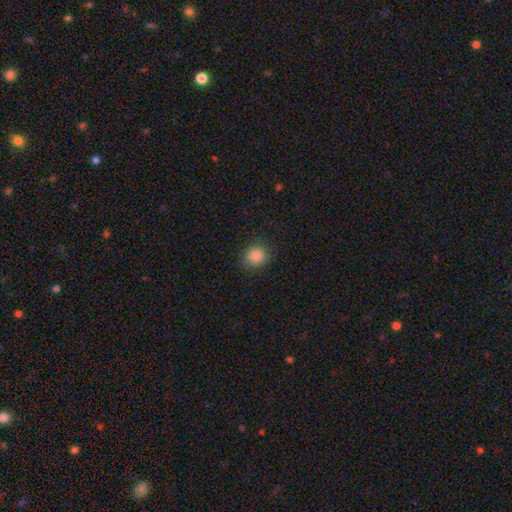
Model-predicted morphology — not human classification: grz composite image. It shows a smooth galaxy with no disk features (86%) that is round (81%). Merging: none (86%).